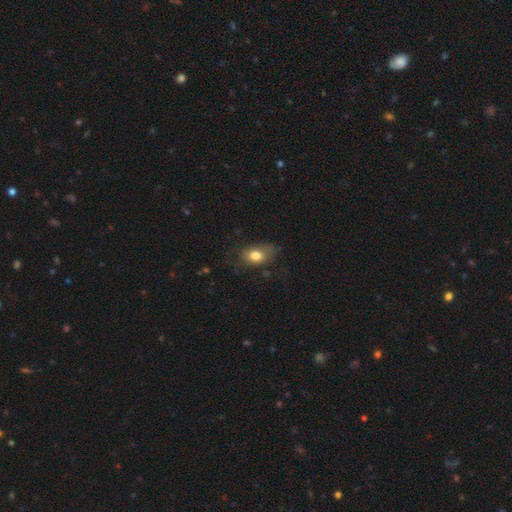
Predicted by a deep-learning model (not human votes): A smooth galaxy with no disk features (77%) that is in between round and cigar-shaped (84%).

Vote fractions:
- Smooth or featured? smooth: 77% / featured or disk: 15% / star or artifact: 8%
- How rounded? in between: 84% / round: 14% / cigar-shaped: 2%
- Merging? none: 58% / minor disturbance: 27% / major disturbance: 13% / merger: 2%